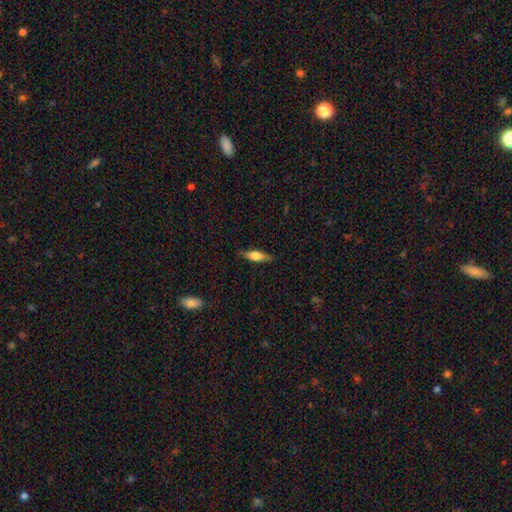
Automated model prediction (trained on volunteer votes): Smooth or featured? Predicted: smooth (p=0.61). How rounded? Predicted: cigar-shaped (p=0.49). Merging? Predicted: none (p=0.84).